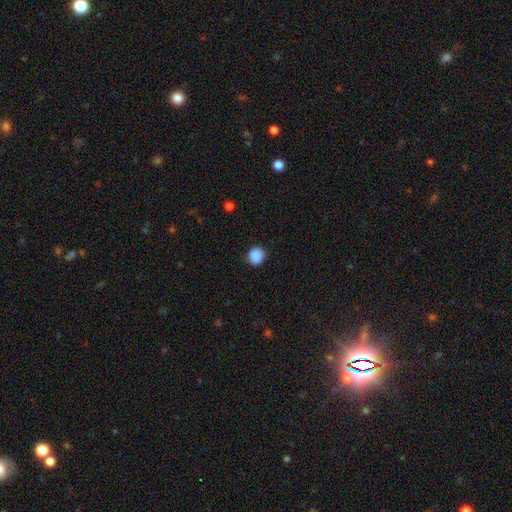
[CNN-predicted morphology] Overall: smooth (88%). How rounded: round (85%). Merging: none (87%).